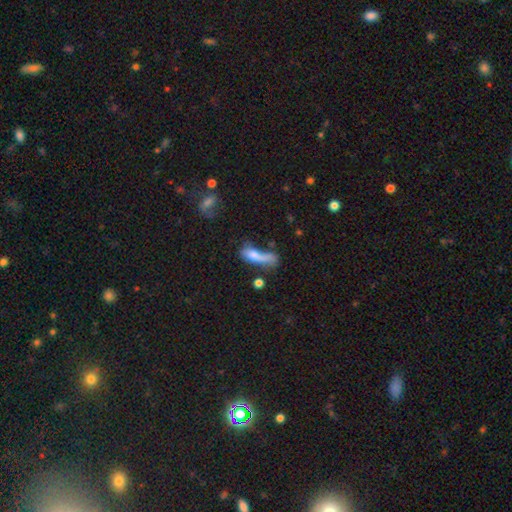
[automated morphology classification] Q: Smooth or featured?
A: smooth (66%); runner-up: featured or disk (24%)
Q: How rounded?
A: cigar-shaped (50%); runner-up: in between (45%)
Q: Merging?
A: major disturbance (32%); runner-up: merger (25%)